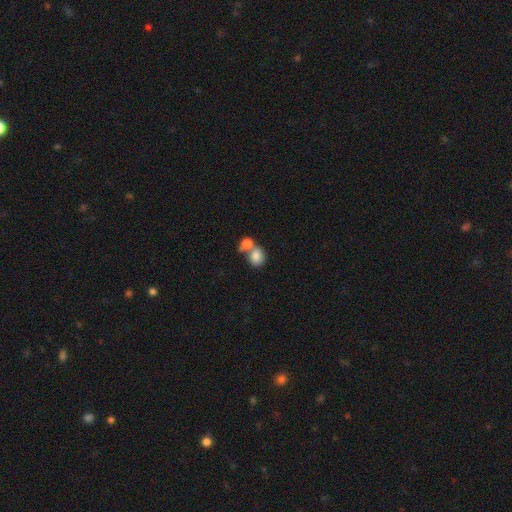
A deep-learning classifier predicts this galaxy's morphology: smooth-or-featured: smooth: 80% | featured or disk: 11% | star or artifact: 9%
  how-rounded: round: 59% | in between: 40% | cigar-shaped: 1%
  merging: merger: 54% | none: 32% | minor disturbance: 9% | major disturbance: 4%